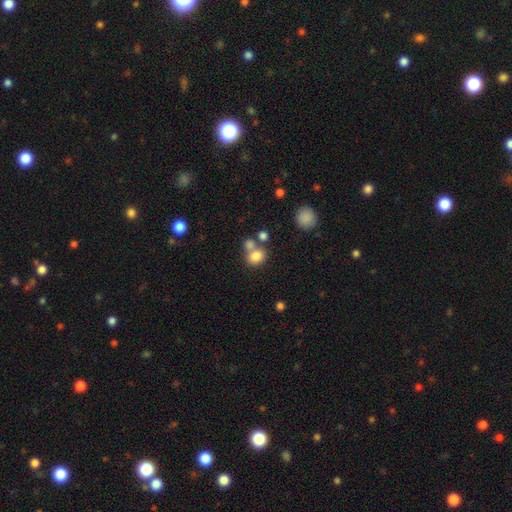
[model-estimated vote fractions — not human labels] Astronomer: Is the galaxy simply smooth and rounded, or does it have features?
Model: smooth — 80%.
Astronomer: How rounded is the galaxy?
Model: round — 52% (runner-up: in between, 47%).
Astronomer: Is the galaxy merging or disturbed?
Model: none — 47% (runner-up: merger, 37%).